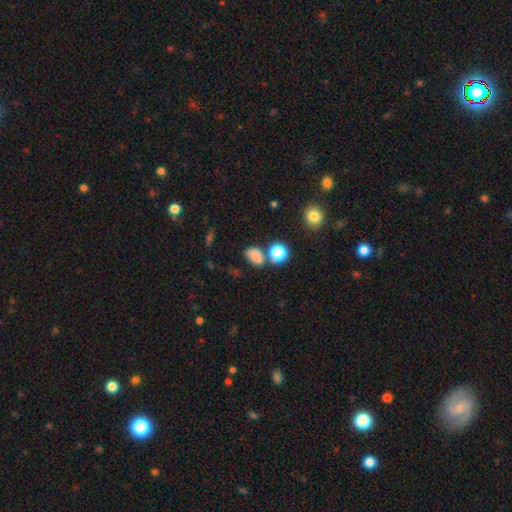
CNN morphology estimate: Smooth or featured? smooth (78%)
How rounded? in between (68%)
Merging? none (58%)